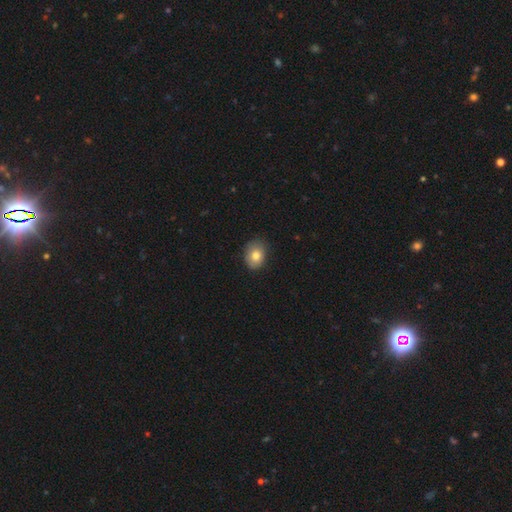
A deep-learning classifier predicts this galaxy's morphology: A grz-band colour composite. It shows a smooth galaxy with no disk features (80%) that is in between round and cigar-shaped (58%). Merging: none (78%).